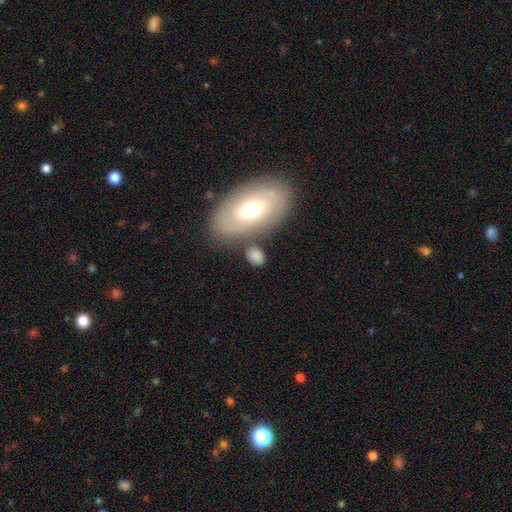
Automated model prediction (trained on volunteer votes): Overall: smooth (76%). How rounded: in between (78%). Merging: none (66%).